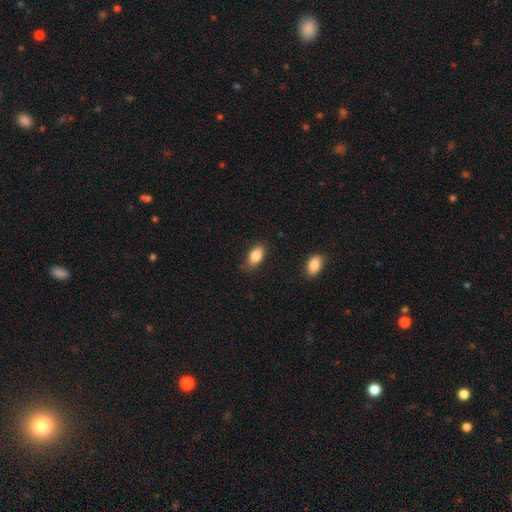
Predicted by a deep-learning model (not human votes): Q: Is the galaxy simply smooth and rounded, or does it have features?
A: smooth — 85%.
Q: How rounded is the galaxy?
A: in between — 91%.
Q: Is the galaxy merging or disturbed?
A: none — 81%.